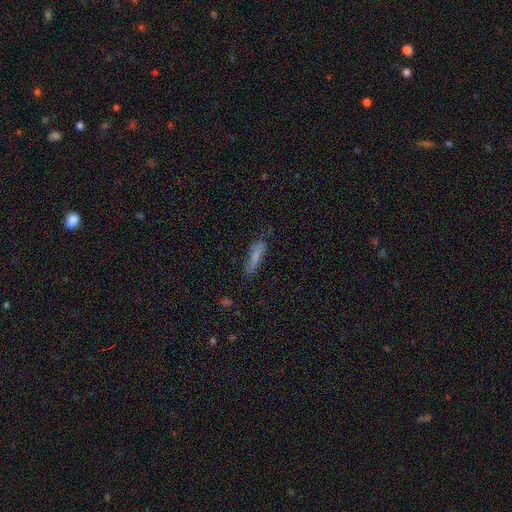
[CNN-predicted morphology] The model was most divided on "smooth or featured": smooth: 69%, featured or disk: 23%, star or artifact: 8%. More confident: how rounded — cigar-shaped (75%); merging — none (71%).